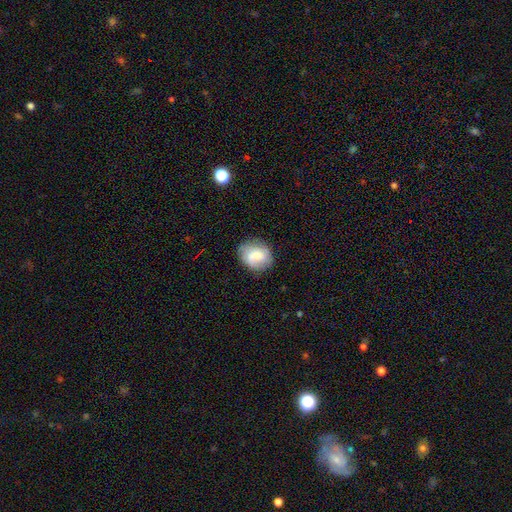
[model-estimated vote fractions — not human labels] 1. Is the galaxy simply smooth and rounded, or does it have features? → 64% smooth, 28% featured or disk, 8% star or artifact.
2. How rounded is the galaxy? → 59% round, 40% in between, 1% cigar-shaped.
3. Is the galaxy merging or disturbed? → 77% none, 17% minor disturbance, 5% major disturbance, 1% merger.